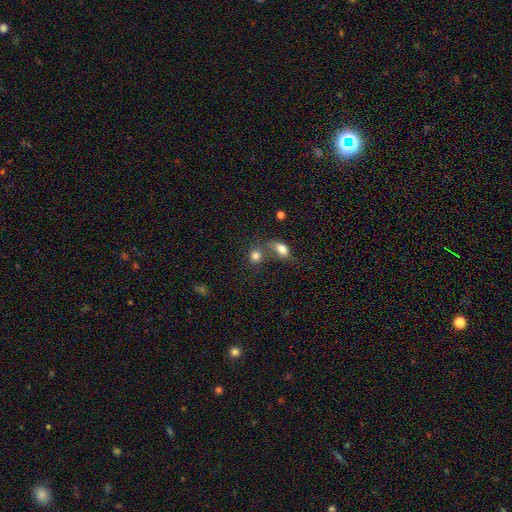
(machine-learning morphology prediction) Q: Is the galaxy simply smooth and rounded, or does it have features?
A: smooth — 81%.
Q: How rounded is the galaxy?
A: round — 69%.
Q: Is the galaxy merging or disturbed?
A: none — 46%.